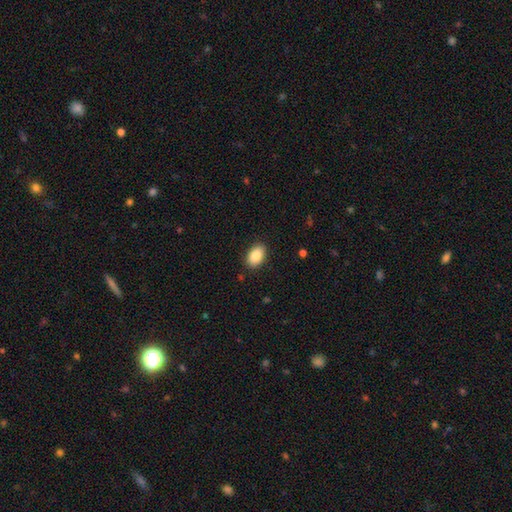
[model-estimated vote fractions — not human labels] smooth-or-featured: smooth: 87% | star or artifact: 7% | featured or disk: 6%
  how-rounded: in between: 90% | round: 9% | cigar-shaped: 1%
  merging: none: 89% | minor disturbance: 8% | major disturbance: 2% | merger: 1%